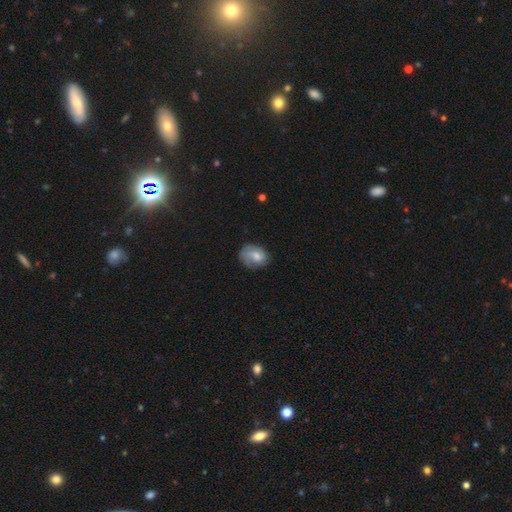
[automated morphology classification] Overall: smooth (60%; featured or disk 32%). How rounded: in between (63%; round 36%). Merging: none (57%; minor disturbance 28%).